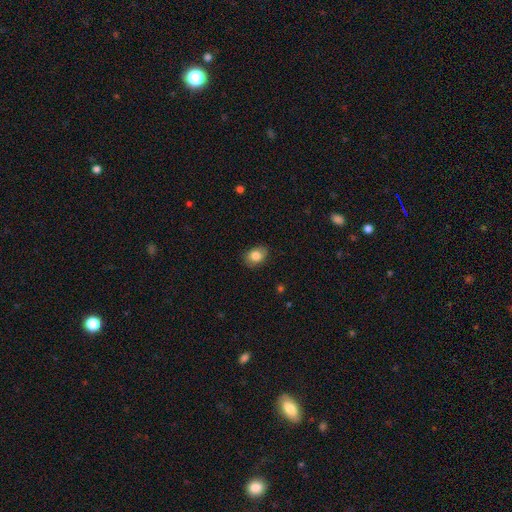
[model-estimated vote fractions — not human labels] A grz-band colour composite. It shows a smooth galaxy with no disk features (83%) that is in between round and cigar-shaped (69%). Merging: none (82%).